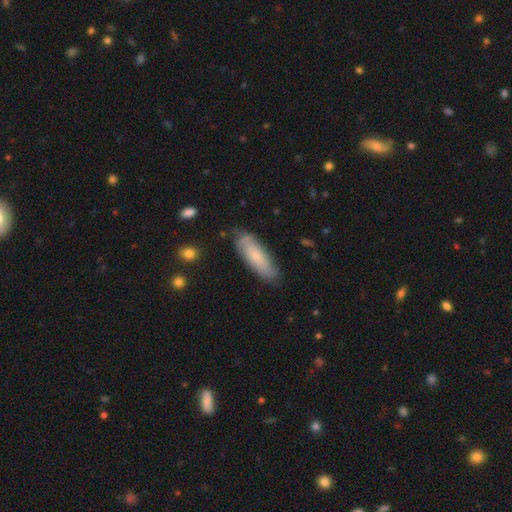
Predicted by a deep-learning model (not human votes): smooth 61%, featured or disk 32%, star or artifact 7%. Down the decision tree: how rounded — in between (56%); merging — none (71%).